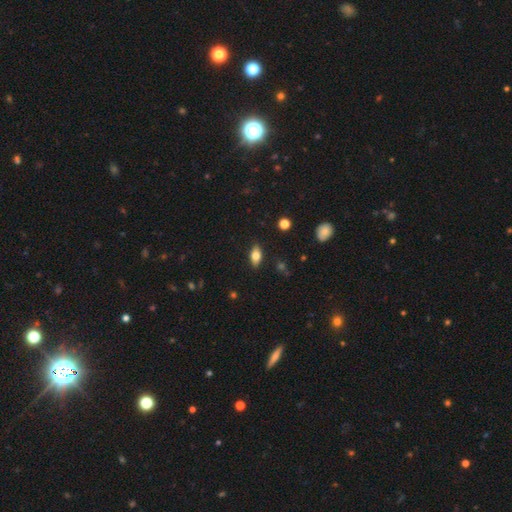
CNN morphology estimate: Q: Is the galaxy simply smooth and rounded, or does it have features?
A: smooth — 73%.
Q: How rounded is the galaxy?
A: in between — 87%.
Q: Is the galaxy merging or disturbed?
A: none — 87%.